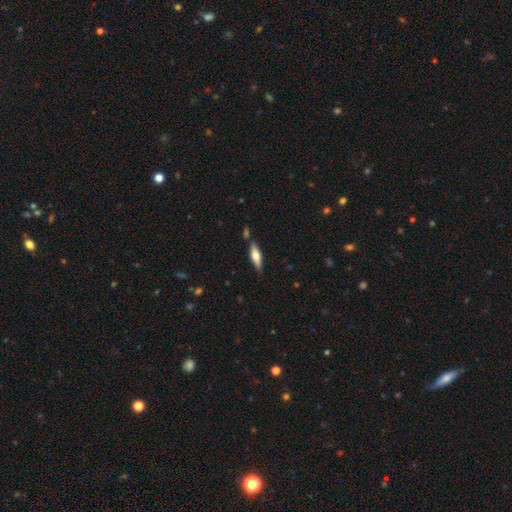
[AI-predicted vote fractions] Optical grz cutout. It shows a smooth galaxy with no disk features (58%) that is cigar-shaped (54%). Merging: none (80%).